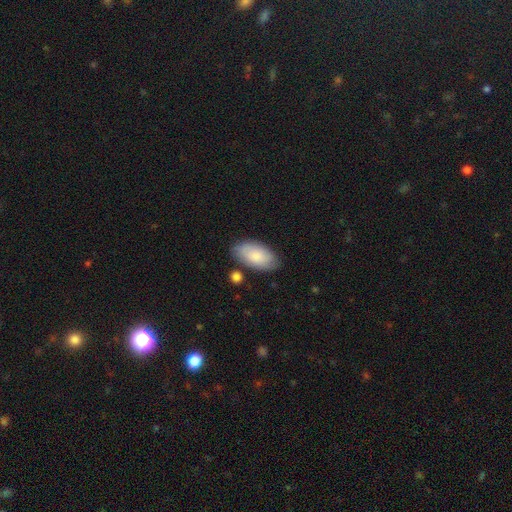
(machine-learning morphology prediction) A smooth galaxy with no disk features (80%) that is in between round and cigar-shaped (95%).

Vote fractions:
- Smooth or featured? smooth: 80% / featured or disk: 14% / star or artifact: 6%
- How rounded? in between: 95% / cigar-shaped: 3% / round: 3%
- Merging? none: 76% / minor disturbance: 16% / merger: 5% / major disturbance: 3%